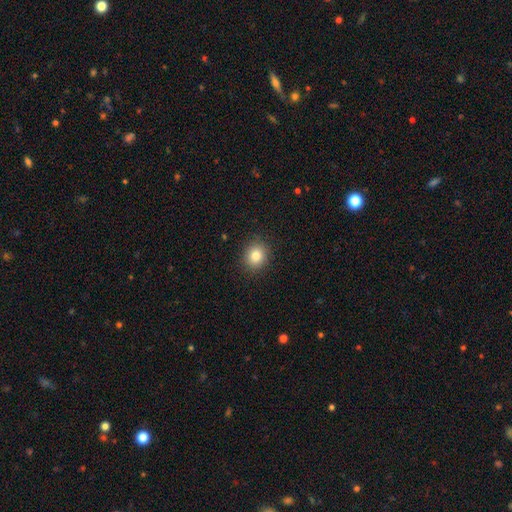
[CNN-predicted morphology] A smooth galaxy with no disk features (82%) that is round (78%). Merging: none (90%).